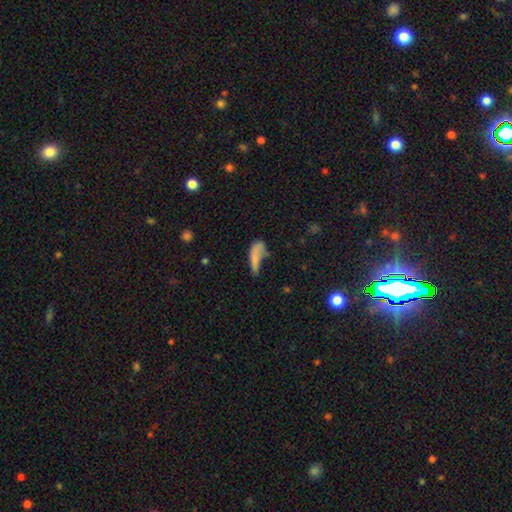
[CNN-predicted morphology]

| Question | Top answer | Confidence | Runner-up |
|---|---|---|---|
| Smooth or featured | smooth | 70% | featured or disk (19%) |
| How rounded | in between | 50% | cigar-shaped (47%) |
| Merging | major disturbance | 30% | tied: none (30%) |